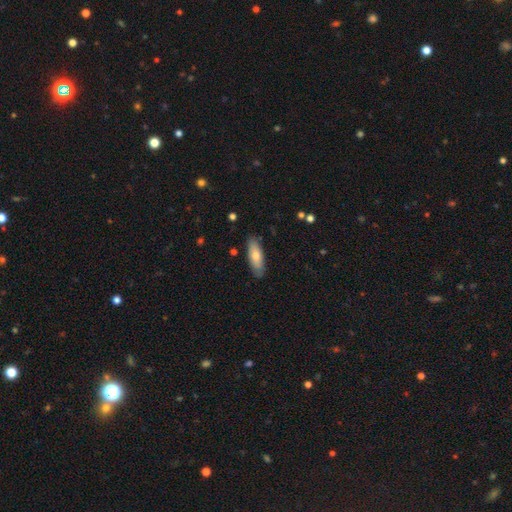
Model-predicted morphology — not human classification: Smooth or featured?
  - smooth: 70% *
  - featured or disk: 24%
  - star or artifact: 6%
How rounded?
  - in between: 62% *
  - cigar-shaped: 36%
  - round: 2%
Merging?
  - none: 85% *
  - minor disturbance: 11%
  - major disturbance: 2%
  - merger: 1%